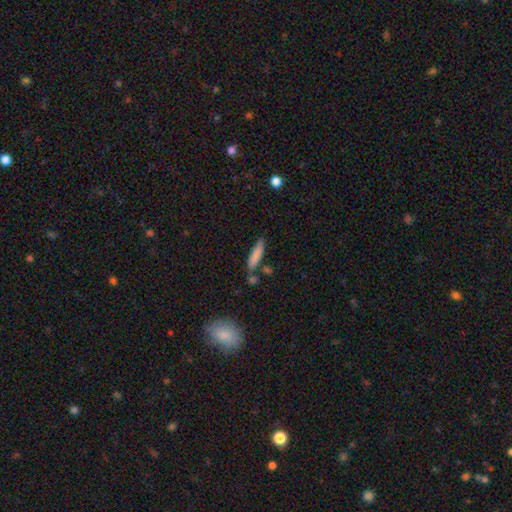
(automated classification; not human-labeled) Morphology: type=smooth (80%); roundness=cigar-shaped (79%); merging=none (69%).